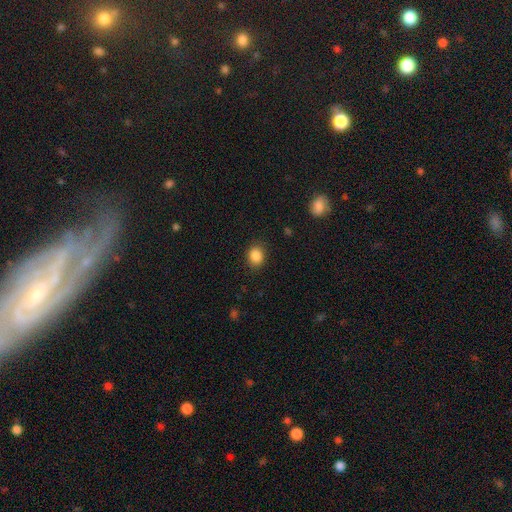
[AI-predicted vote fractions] Smooth or featured?
  - smooth: 87% *
  - star or artifact: 9%
  - featured or disk: 4%
How rounded?
  - round: 53% *
  - in between: 46%
  - cigar-shaped: 1%
Merging?
  - none: 87% *
  - minor disturbance: 10%
  - major disturbance: 3%
  - merger: 1%